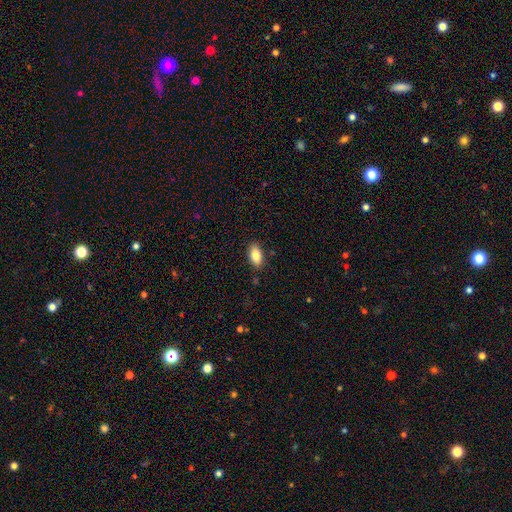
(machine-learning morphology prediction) smooth 83%, featured or disk 9%, star or artifact 7%. Down the decision tree: how rounded — in between (92%); merging — none (87%).